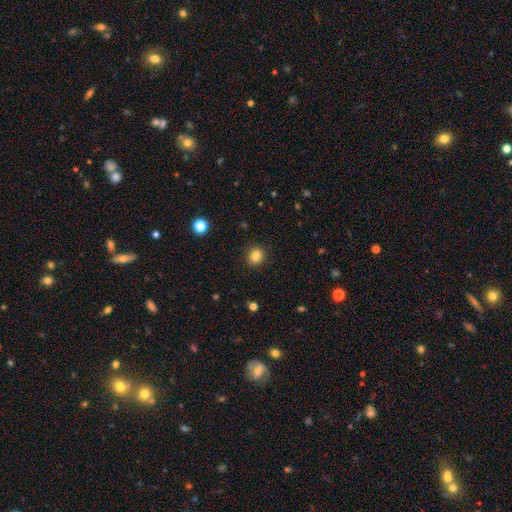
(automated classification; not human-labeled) Smooth or featured: smooth — 83% (star or artifact — 11%)
How rounded: round — 80% (in between — 19%)
Merging: none — 91% (minor disturbance — 6%)